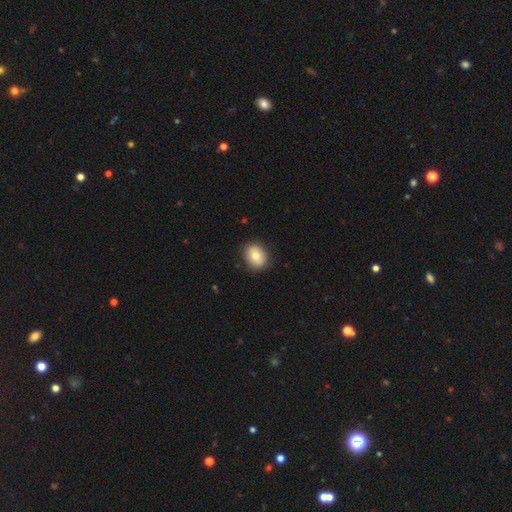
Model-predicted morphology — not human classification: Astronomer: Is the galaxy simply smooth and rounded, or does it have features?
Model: smooth — 80%.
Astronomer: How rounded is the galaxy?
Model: in between — 58% (runner-up: round, 41%).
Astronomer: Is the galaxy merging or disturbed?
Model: none — 86%.